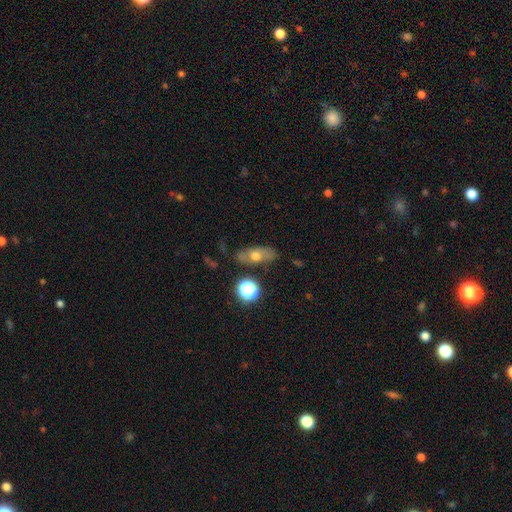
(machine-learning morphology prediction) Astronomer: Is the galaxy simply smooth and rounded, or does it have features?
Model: smooth — 54% (runner-up: featured or disk, 33%).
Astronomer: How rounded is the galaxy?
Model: in between — 68%.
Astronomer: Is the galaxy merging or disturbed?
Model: none — 77%.